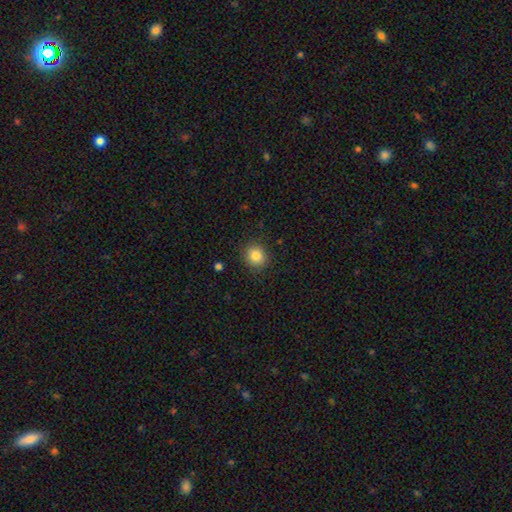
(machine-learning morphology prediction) A smooth galaxy with no disk features (84%) that is round (85%).

Vote fractions:
- Smooth or featured? smooth: 84% / star or artifact: 10% / featured or disk: 6%
- How rounded? round: 85% / in between: 14% / cigar-shaped: 1%
- Merging? none: 89% / minor disturbance: 8% / major disturbance: 2% / merger: 1%